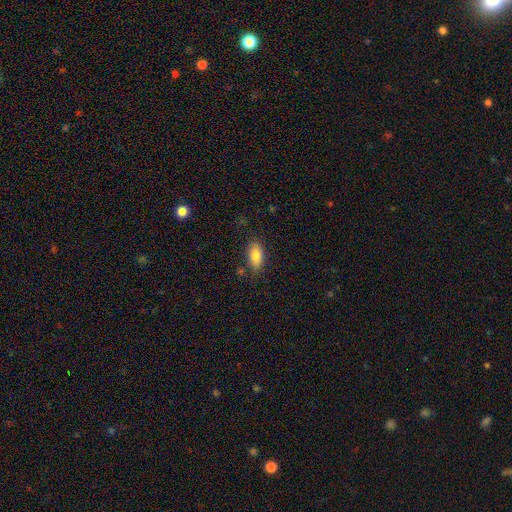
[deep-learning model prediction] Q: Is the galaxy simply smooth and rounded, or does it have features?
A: smooth — 83%.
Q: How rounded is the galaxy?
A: in between — 90%.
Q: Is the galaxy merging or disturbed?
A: none — 79%.